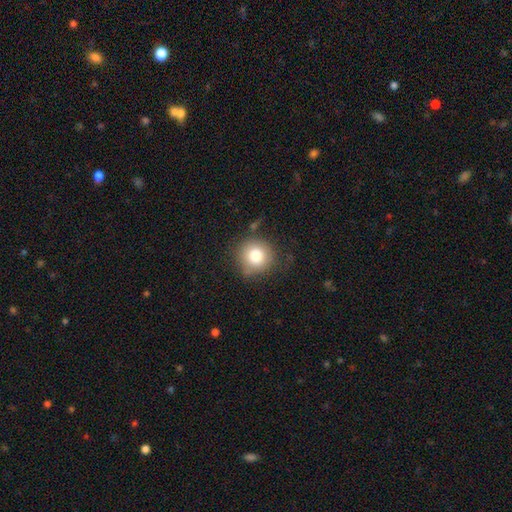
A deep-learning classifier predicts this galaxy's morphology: A smooth galaxy with no disk features (81%) that is round (91%).

Vote fractions:
- Smooth or featured? smooth: 81% / star or artifact: 10% / featured or disk: 9%
- How rounded? round: 91% / in between: 8% / cigar-shaped: 1%
- Merging? none: 76% / minor disturbance: 15% / major disturbance: 5% / merger: 3%